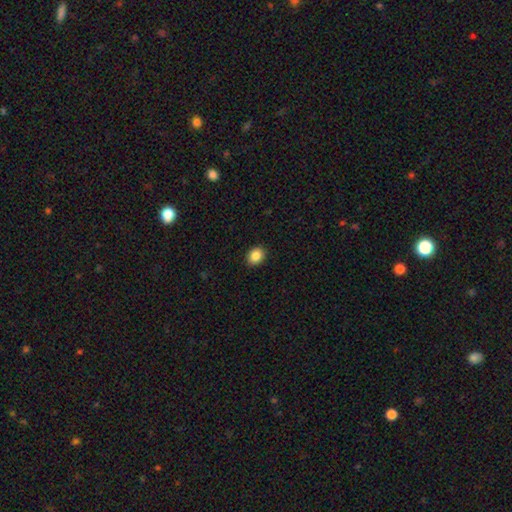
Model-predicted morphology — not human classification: type=smooth (87%); roundness=in between (50%); merging=none (91%).